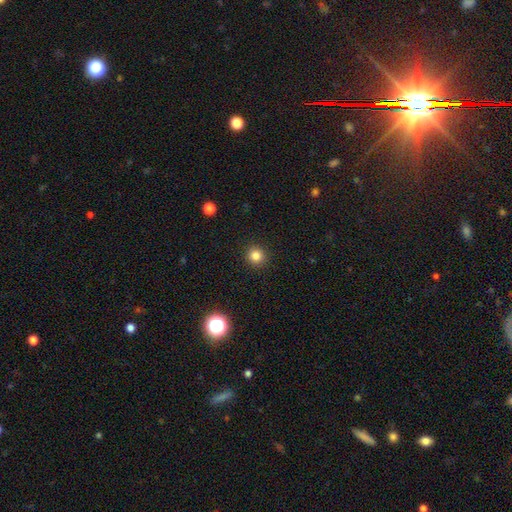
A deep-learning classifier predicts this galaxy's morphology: type=smooth (83%); roundness=round (94%); merging=none (92%).